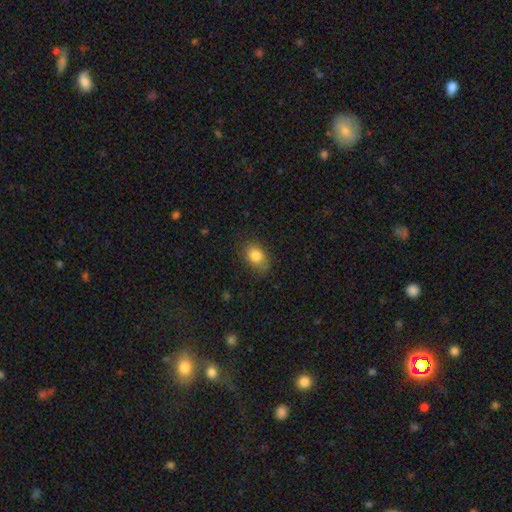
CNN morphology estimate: Q: Smooth or featured?
A: smooth (83%); runner-up: star or artifact (9%)
Q: How rounded?
A: in between (76%); runner-up: round (23%)
Q: Merging?
A: none (79%); runner-up: minor disturbance (16%)